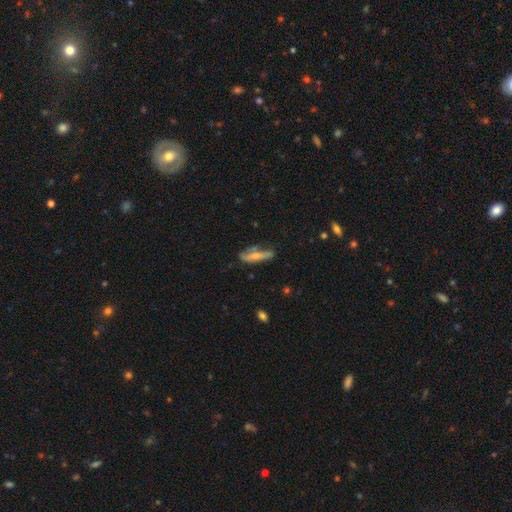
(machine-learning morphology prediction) Q: Smooth or featured?
A: smooth (54%); runner-up: featured or disk (39%)
Q: How rounded?
A: cigar-shaped (70%); runner-up: in between (28%)
Q: Merging?
A: none (57%); runner-up: minor disturbance (27%)